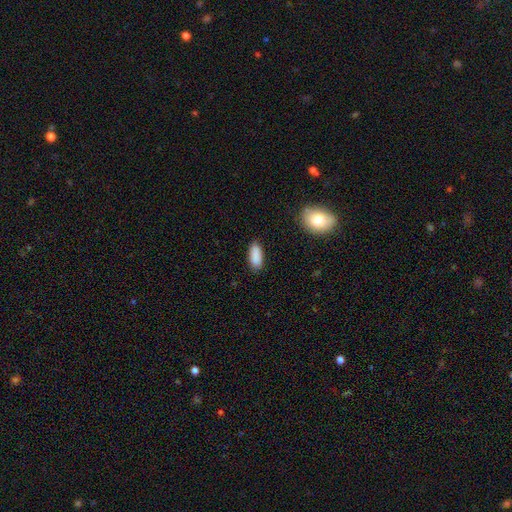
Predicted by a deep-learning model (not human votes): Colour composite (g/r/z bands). It shows a smooth galaxy with no disk features (89%) that is in between round and cigar-shaped (79%). Merging: none (84%).